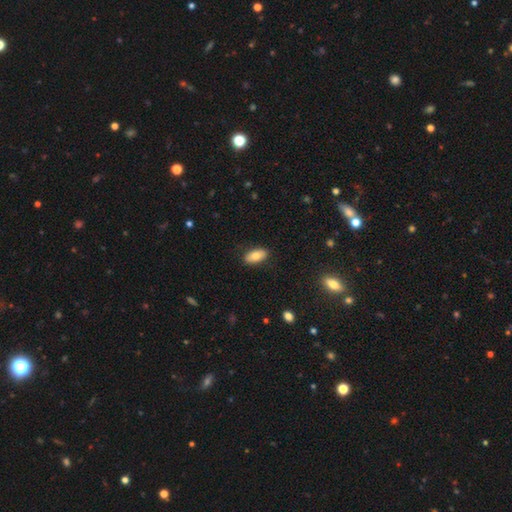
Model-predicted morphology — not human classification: Smooth or featured?
  - smooth: 79% *
  - featured or disk: 14%
  - star or artifact: 7%
How rounded?
  - in between: 90% *
  - cigar-shaped: 6%
  - round: 3%
Merging?
  - none: 87% *
  - minor disturbance: 10%
  - major disturbance: 2%
  - merger: 1%